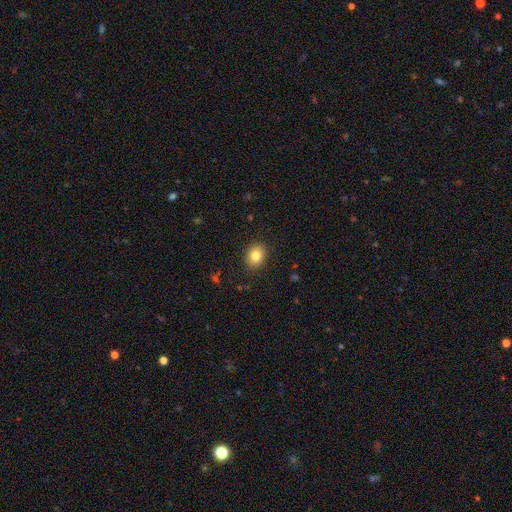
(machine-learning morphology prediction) The model was most divided on "how rounded": in between: 51%, round: 48%, cigar-shaped: 1%. More confident: merging — none (88%); smooth or featured — smooth (83%).